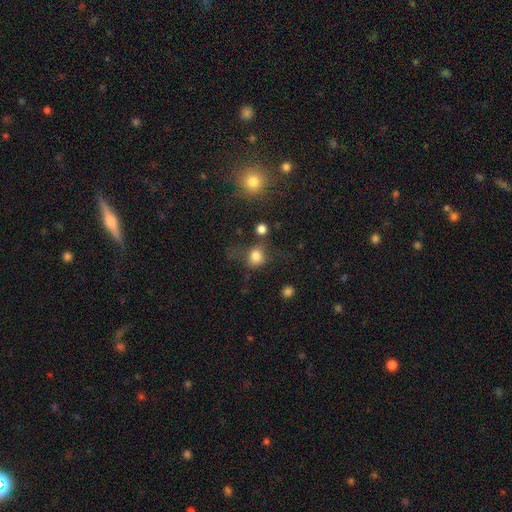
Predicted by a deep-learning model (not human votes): Morphology: type=smooth (78%); roundness=round (73%); merging=none (57%).